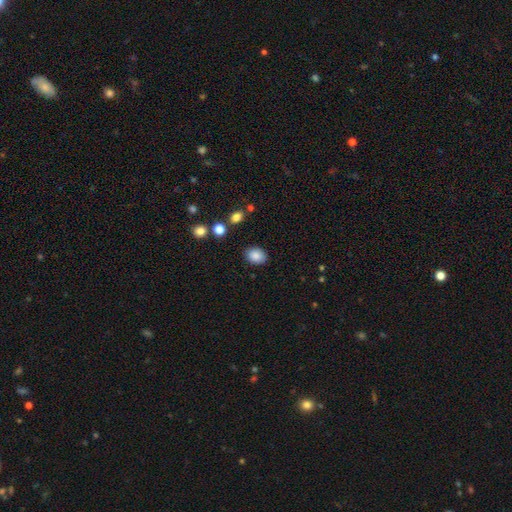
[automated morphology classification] This appears to be a smooth galaxy with no disk features (86%) that is in between round and cigar-shaped (60%). Merging: none (86%).